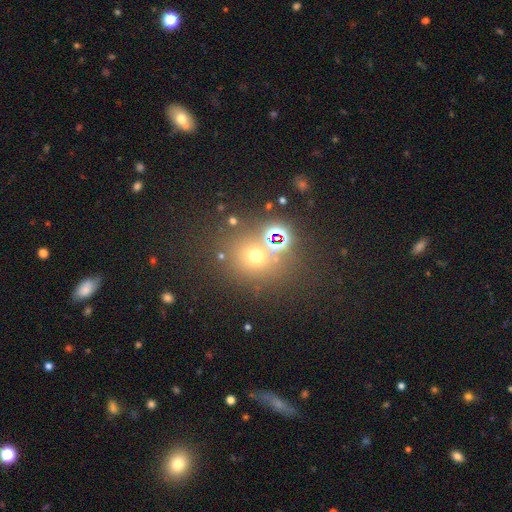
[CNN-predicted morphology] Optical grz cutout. It shows a smooth galaxy with no disk features (57%) that is round (84%). Merging: none (71%).